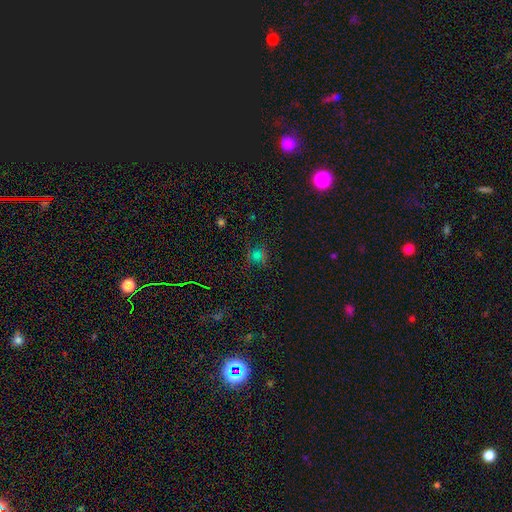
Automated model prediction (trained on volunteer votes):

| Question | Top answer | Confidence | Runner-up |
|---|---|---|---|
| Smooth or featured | smooth | 50% | star or artifact (40%) |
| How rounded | round | 84% | in between (14%) |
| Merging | none | 71% | minor disturbance (16%) |